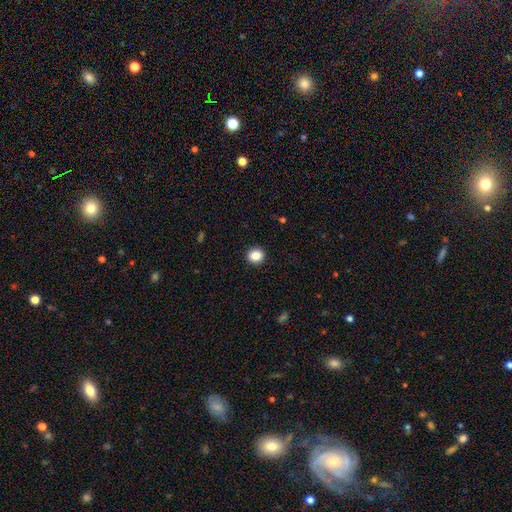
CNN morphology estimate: Overall: smooth (86%). How rounded: round (82%). Merging: none (92%).